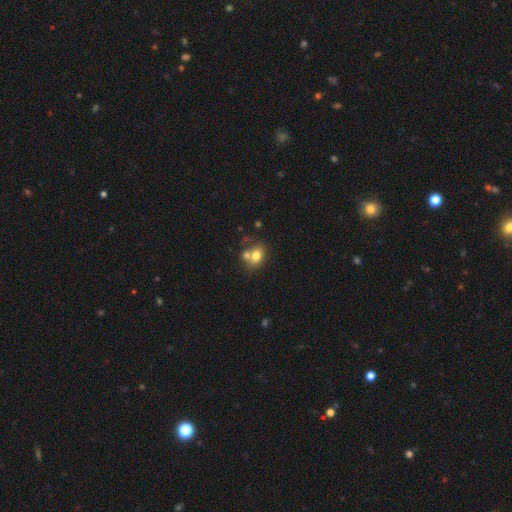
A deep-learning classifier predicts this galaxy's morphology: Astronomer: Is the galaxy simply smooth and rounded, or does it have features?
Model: smooth — 73%.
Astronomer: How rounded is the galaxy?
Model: in between — 57% (runner-up: round, 42%).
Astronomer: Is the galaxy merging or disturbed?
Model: merger — 43% (runner-up: none, 41%).